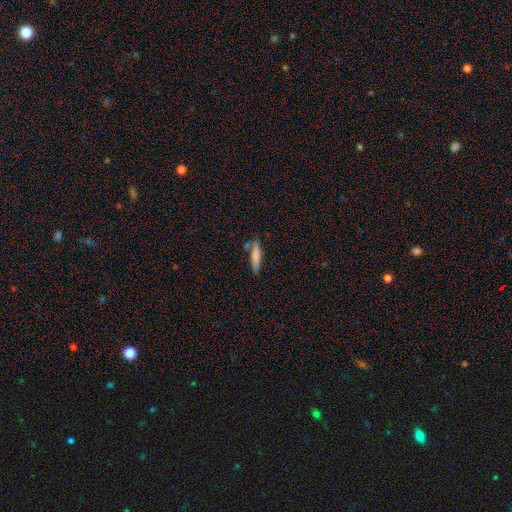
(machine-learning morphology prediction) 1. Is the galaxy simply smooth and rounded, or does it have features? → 76% smooth, 17% featured or disk, 6% star or artifact.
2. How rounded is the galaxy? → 83% cigar-shaped, 15% in between, 1% round.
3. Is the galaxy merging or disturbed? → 72% none, 16% minor disturbance, 9% merger, 3% major disturbance.